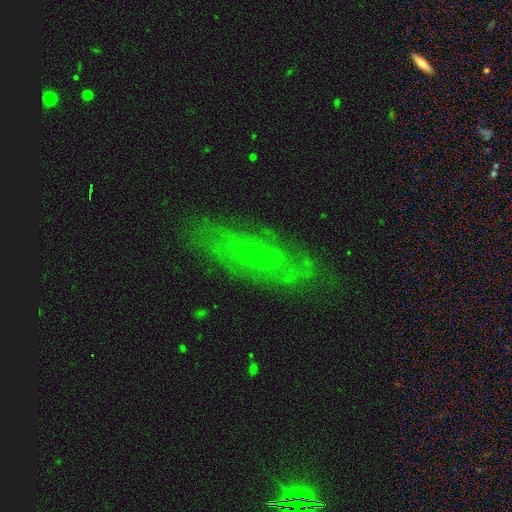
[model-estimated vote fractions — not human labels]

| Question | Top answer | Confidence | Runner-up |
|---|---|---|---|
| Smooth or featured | featured or disk | 52% | smooth (37%) |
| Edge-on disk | no | 74% | yes (26%) |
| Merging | none | 74% | minor disturbance (18%) |